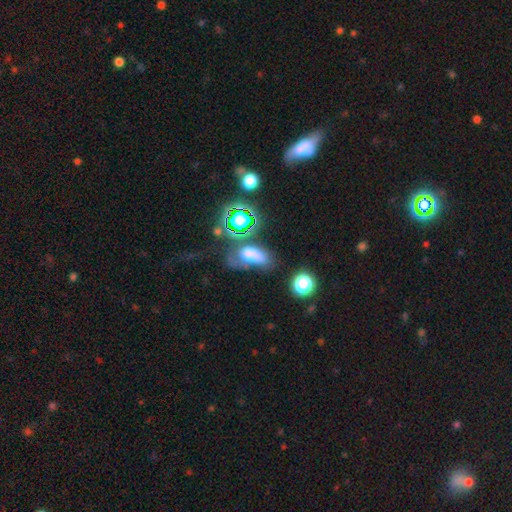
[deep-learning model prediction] smooth 56%, star or artifact 22%, featured or disk 22%. Down the decision tree: how rounded — in between (76%); merging — major disturbance (31%).